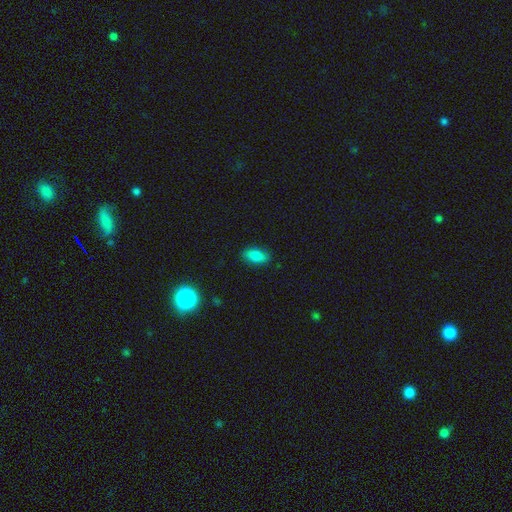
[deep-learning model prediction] This is clearly a smooth galaxy (83%). How rounded: clearly in between (88%). Merging: clearly none (86%).